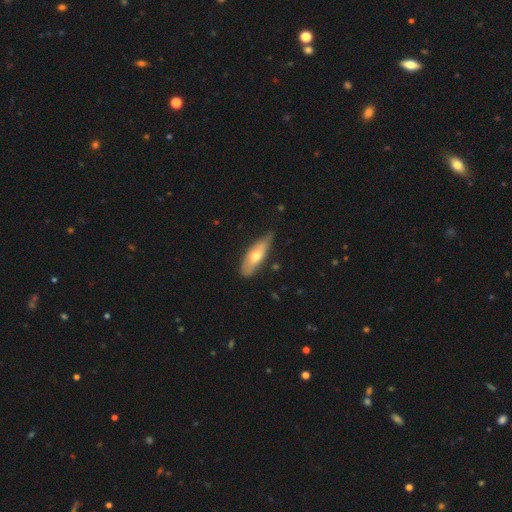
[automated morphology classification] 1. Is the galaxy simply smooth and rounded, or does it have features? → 56% smooth, 38% featured or disk, 6% star or artifact.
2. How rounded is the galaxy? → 59% in between, 39% cigar-shaped, 2% round.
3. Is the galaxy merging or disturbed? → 60% none, 33% minor disturbance, 5% major disturbance, 2% merger.